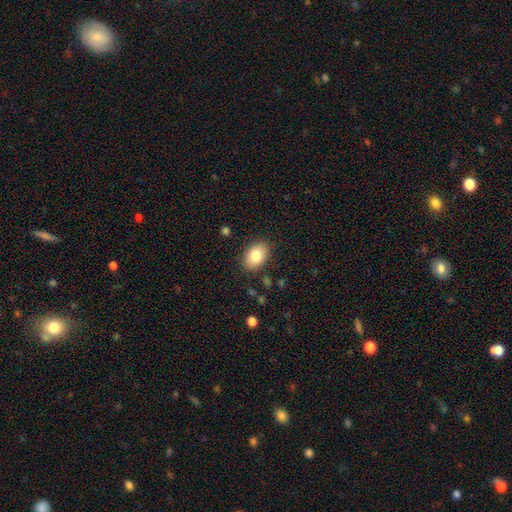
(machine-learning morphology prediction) Smooth or featured?
  - smooth: 82% *
  - featured or disk: 11%
  - star or artifact: 7%
How rounded?
  - in between: 86% *
  - round: 13%
  - cigar-shaped: 1%
Merging?
  - none: 86% *
  - minor disturbance: 10%
  - major disturbance: 3%
  - merger: 1%